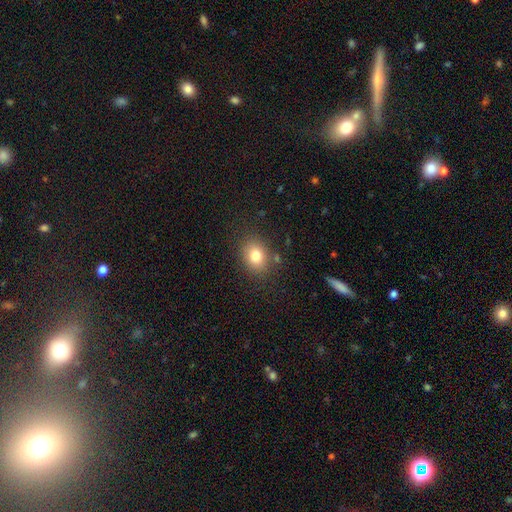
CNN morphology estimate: A smooth galaxy with no disk features (79%) that is round (50%). Merging: none (83%).